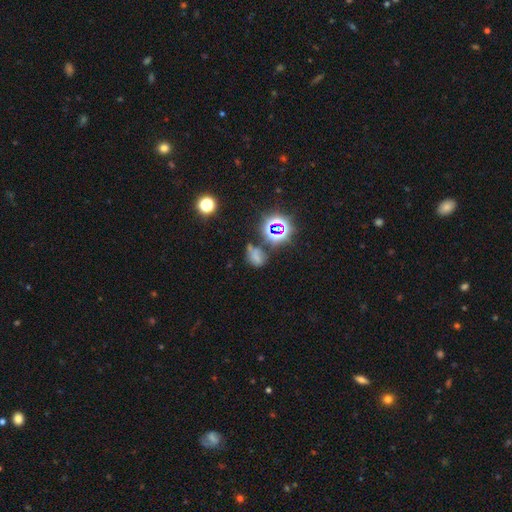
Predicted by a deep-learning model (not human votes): Overall: smooth (47%; star or artifact 38%). Merging: none (40%; minor disturbance 23%).